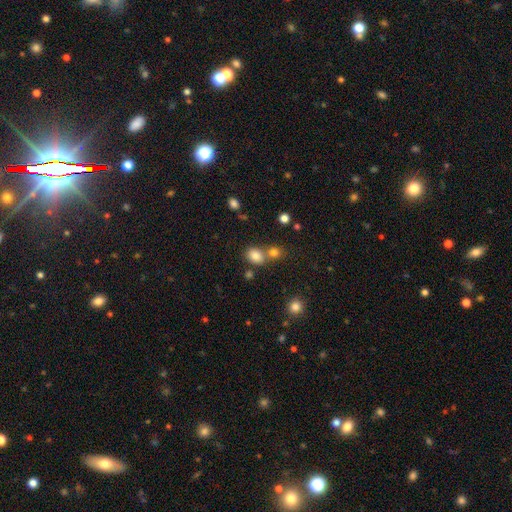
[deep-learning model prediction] Smooth or featured?
  - smooth: 80% *
  - star or artifact: 12%
  - featured or disk: 8%
How rounded?
  - in between: 54% *
  - round: 45%
  - cigar-shaped: 1%
Merging?
  - none: 56% *
  - merger: 30%
  - minor disturbance: 10%
  - major disturbance: 3%